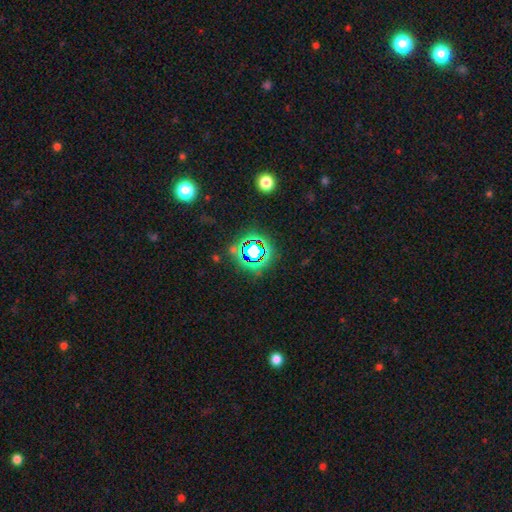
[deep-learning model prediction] The model was most divided on "smooth or featured": star or artifact: 78%, smooth: 14%, featured or disk: 8%.